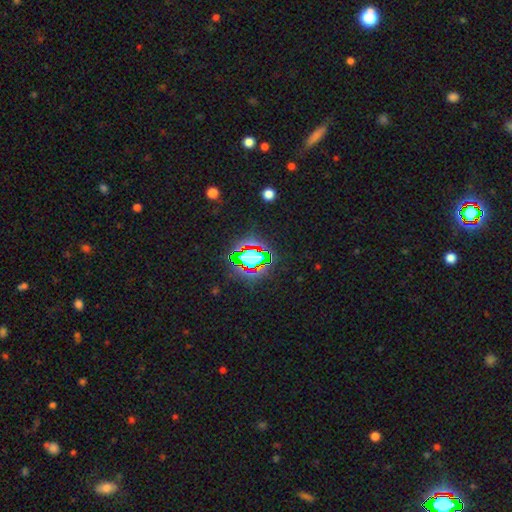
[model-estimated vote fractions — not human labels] A star or artifact, not a galaxy (70%).

Vote fractions:
- Smooth or featured? star or artifact: 70% / smooth: 18% / featured or disk: 12%